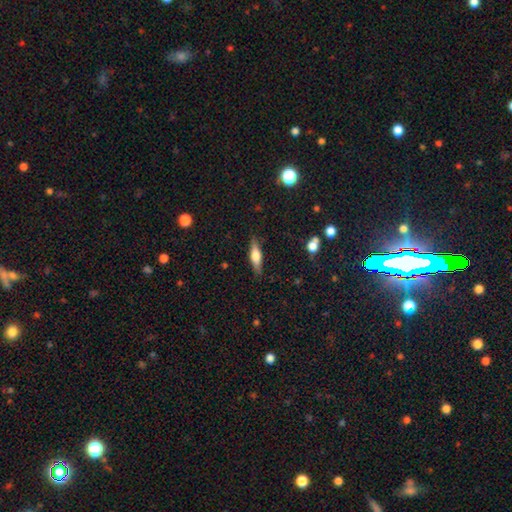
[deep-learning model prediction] This appears to be a smooth galaxy with no disk features (56%) that is cigar-shaped (61%). Merging: none (85%).